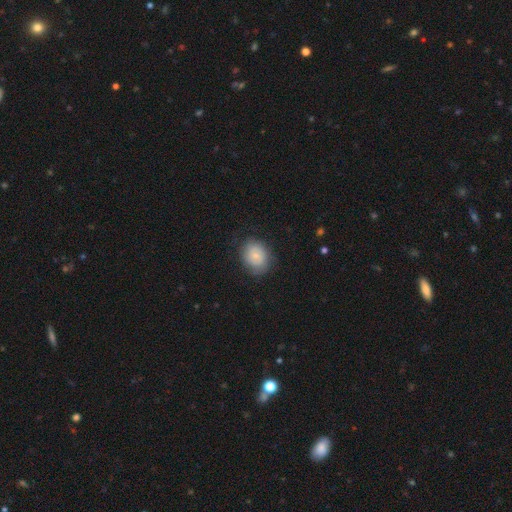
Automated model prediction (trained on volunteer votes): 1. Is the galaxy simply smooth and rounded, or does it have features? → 75% smooth, 18% featured or disk, 8% star or artifact.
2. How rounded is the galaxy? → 59% round, 40% in between, 1% cigar-shaped.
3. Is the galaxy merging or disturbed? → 78% none, 16% minor disturbance, 6% major disturbance, 1% merger.